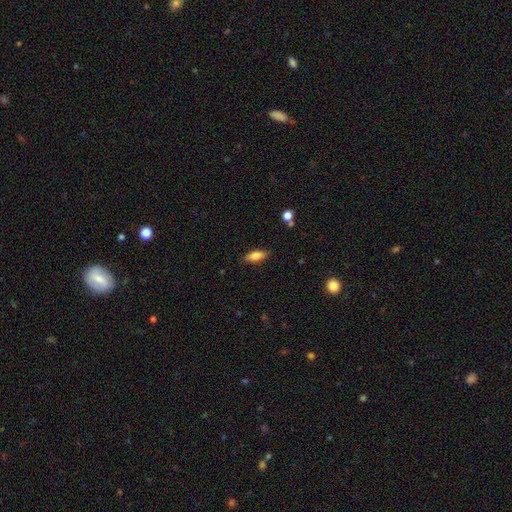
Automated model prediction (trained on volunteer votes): Smooth or featured?
  - smooth: 78% *
  - featured or disk: 14%
  - star or artifact: 7%
How rounded?
  - in between: 76% *
  - cigar-shaped: 21%
  - round: 3%
Merging?
  - none: 83% *
  - minor disturbance: 13%
  - major disturbance: 3%
  - merger: 2%